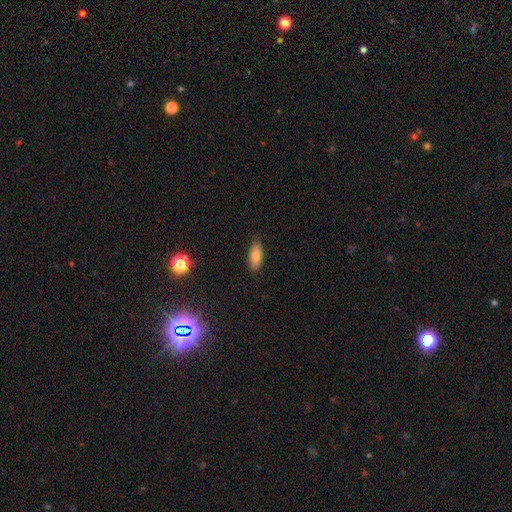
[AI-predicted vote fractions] Overall: smooth (79%). How rounded: in between (74%). Merging: none (85%).